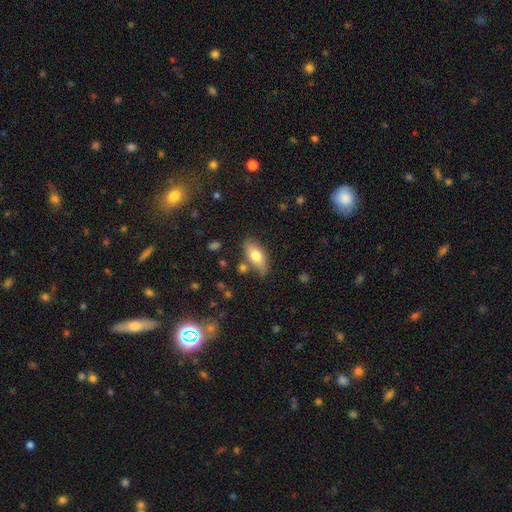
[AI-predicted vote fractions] A smooth galaxy with no disk features (73%) that is in between round and cigar-shaped (84%). Merging: none (74%).